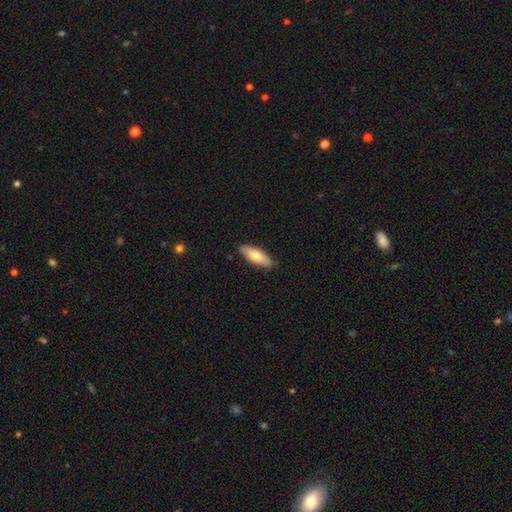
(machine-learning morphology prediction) This appears to be a smooth galaxy with no disk features (71%) that is in between round and cigar-shaped (69%). Merging: none (86%).